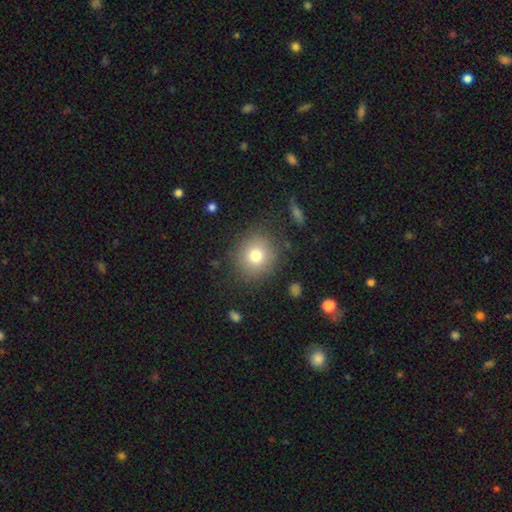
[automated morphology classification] A smooth galaxy with no disk features (76%) that is round (85%).

Vote fractions:
- Smooth or featured? smooth: 76% / star or artifact: 12% / featured or disk: 12%
- How rounded? round: 85% / in between: 14% / cigar-shaped: 1%
- Merging? none: 84% / minor disturbance: 10% / major disturbance: 5% / merger: 2%